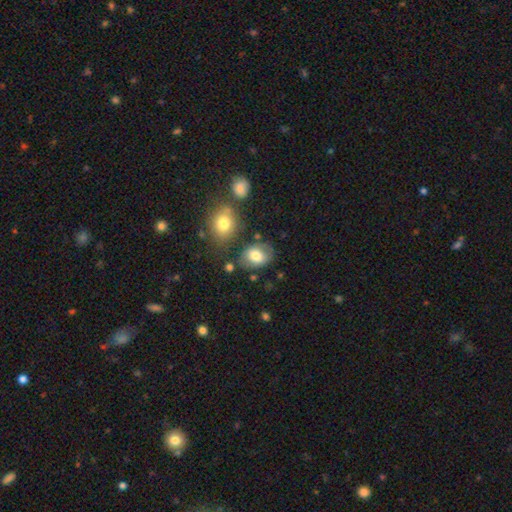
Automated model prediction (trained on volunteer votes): smooth_or_featured: smooth (p=0.74) [alt: featured or disk p=0.17]
how_rounded: in between (p=0.63) [alt: round p=0.36]
merging: none (p=0.66) [alt: minor disturbance p=0.19]